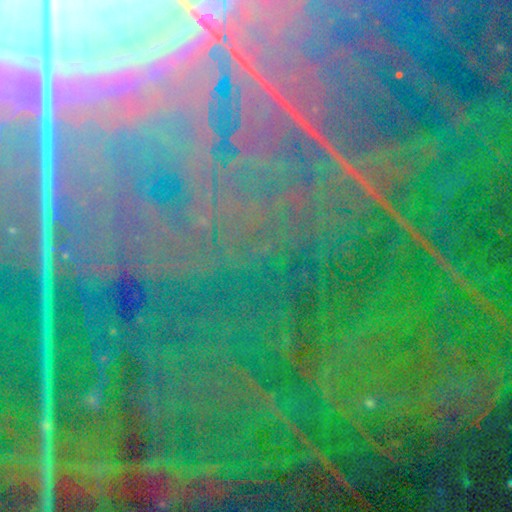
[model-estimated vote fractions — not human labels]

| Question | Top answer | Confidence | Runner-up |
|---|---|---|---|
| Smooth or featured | star or artifact | 87% | featured or disk (7%) |